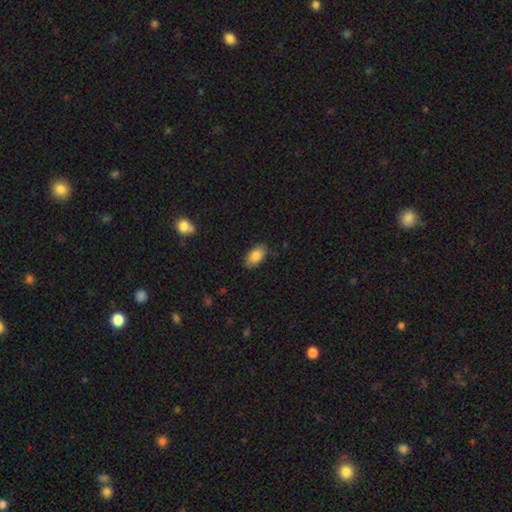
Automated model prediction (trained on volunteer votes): Smooth or featured: smooth — 85% (featured or disk — 8%)
How rounded: in between — 93% (round — 4%)
Merging: none — 84% (minor disturbance — 12%)